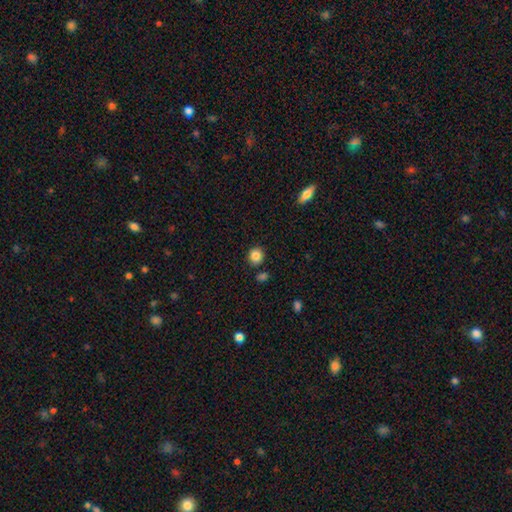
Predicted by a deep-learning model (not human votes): smooth_or_featured: smooth (p=0.85) [alt: star or artifact p=0.10]
how_rounded: round (p=0.85) [alt: in between p=0.14]
merging: none (p=0.86) [alt: minor disturbance p=0.08]